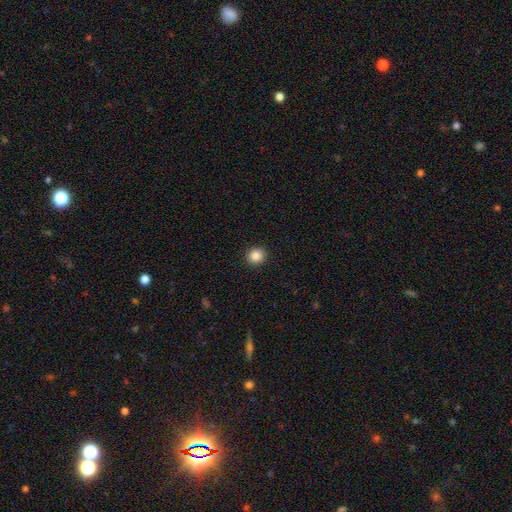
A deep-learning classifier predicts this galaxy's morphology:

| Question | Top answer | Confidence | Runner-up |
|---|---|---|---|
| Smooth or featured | smooth | 86% | star or artifact (10%) |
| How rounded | round | 90% | in between (9%) |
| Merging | none | 93% | minor disturbance (5%) |